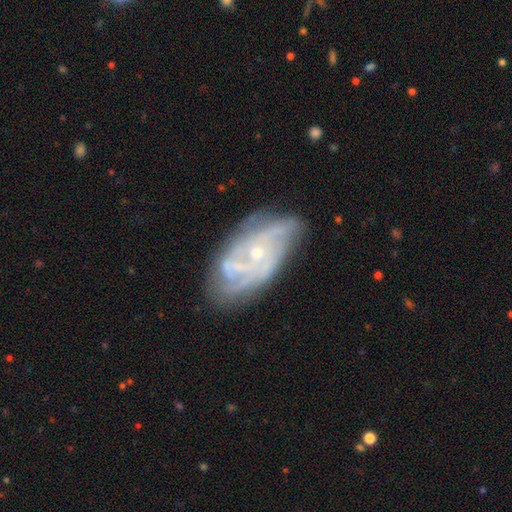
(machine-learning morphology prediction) A featured or disk galaxy (81%) with no bar (71%), tight (49%) spiral arms (88%) and a small central bulge (66%).

Vote fractions:
- Smooth or featured? featured or disk: 81% / smooth: 11% / star or artifact: 7%
- Edge-on disk? no: 94% / yes: 6%
- Bar? no: 71% / weak: 23% / strong: 5%
- Spiral arms? yes: 88% / no: 12%
- Spiral winding? tight: 49% / medium: 38% / loose: 14%
- Spiral arm count? can't tell: 36% / 3: 22% / 2: 18% / 4: 13% / more than 4: 5% / 1: 5%
- Bulge size? small: 66% / moderate: 30% / none: 2% / large: 1% / dominant: 1%
- Merging? none: 63% / minor disturbance: 24% / major disturbance: 11% / merger: 3%